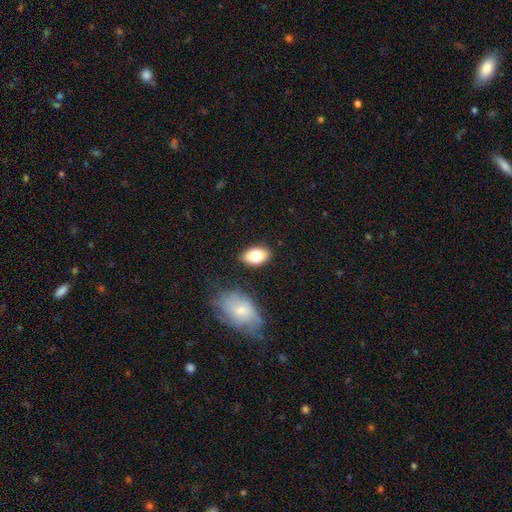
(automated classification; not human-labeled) A smooth galaxy with no disk features (80%) that is in between round and cigar-shaped (91%).

Vote fractions:
- Smooth or featured? smooth: 80% / featured or disk: 13% / star or artifact: 7%
- How rounded? in between: 91% / round: 7% / cigar-shaped: 2%
- Merging? none: 83% / minor disturbance: 11% / merger: 3% / major disturbance: 3%